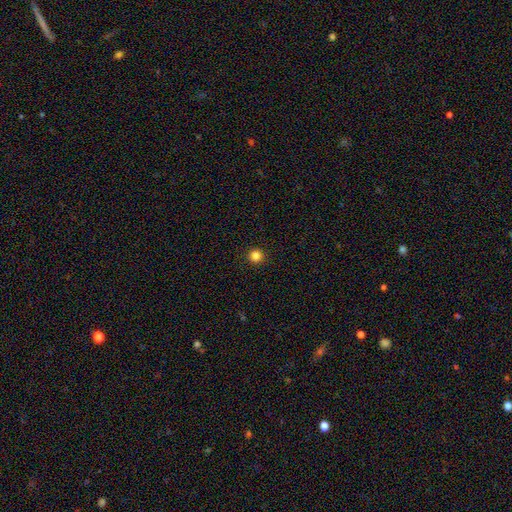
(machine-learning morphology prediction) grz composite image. It shows a smooth galaxy with no disk features (84%) that is round (96%). Merging: none (94%).